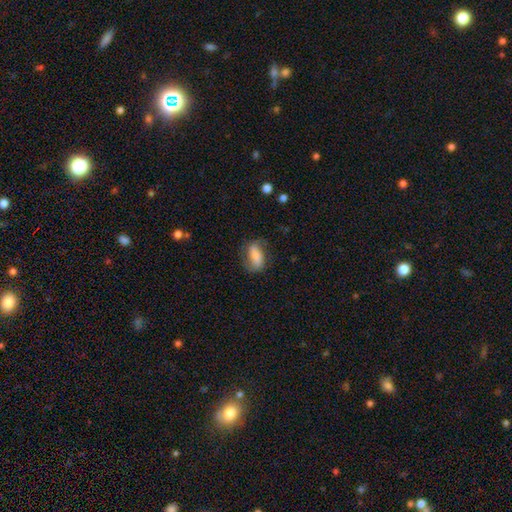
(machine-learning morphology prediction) This appears to be a smooth galaxy with no disk features (57%) that is in between round and cigar-shaped (82%). Merging: none (64%).